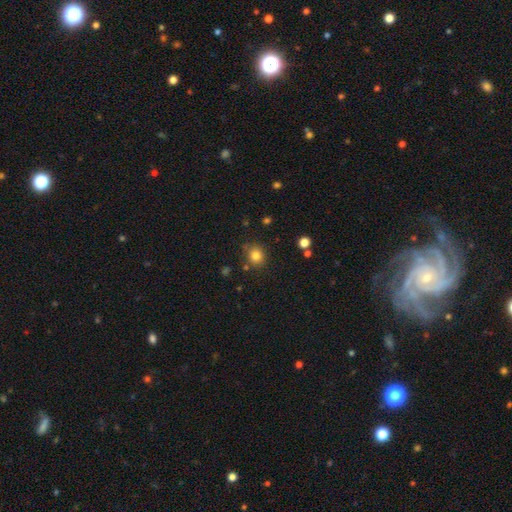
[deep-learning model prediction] A smooth galaxy with no disk features (82%) that is round (83%).

Vote fractions:
- Smooth or featured? smooth: 82% / star or artifact: 12% / featured or disk: 6%
- How rounded? round: 83% / in between: 17% / cigar-shaped: 1%
- Merging? none: 80% / minor disturbance: 12% / merger: 5% / major disturbance: 3%